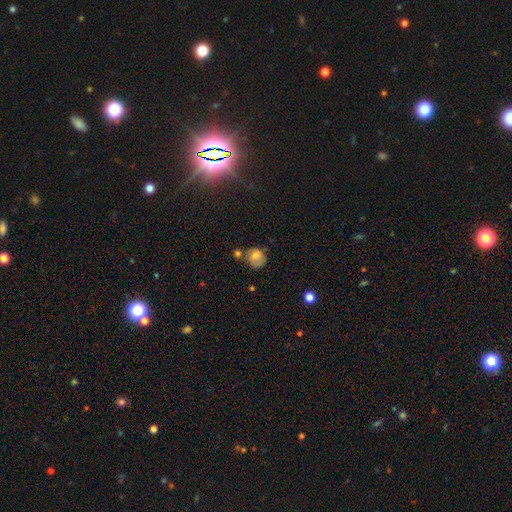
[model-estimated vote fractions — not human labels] Smooth or featured: smooth — 70% (featured or disk — 20%)
How rounded: round — 73% (in between — 26%)
Merging: none — 48% (minor disturbance — 25%)